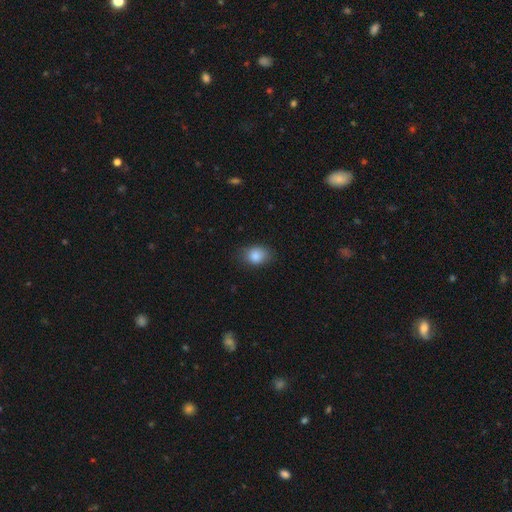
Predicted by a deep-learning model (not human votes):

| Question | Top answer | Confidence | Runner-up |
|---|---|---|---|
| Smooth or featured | smooth | 86% | star or artifact (9%) |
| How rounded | in between | 66% | round (33%) |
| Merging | none | 78% | minor disturbance (17%) |